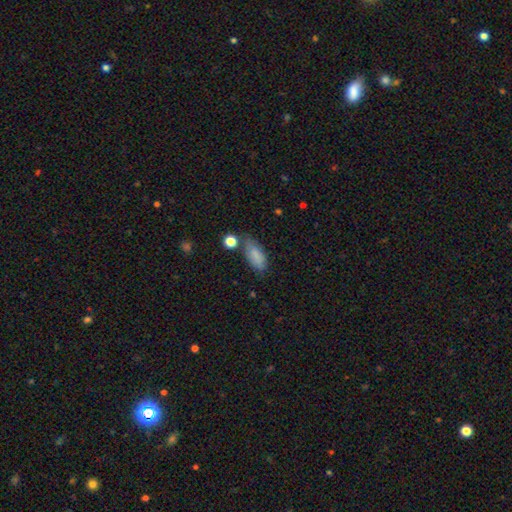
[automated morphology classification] This is clearly a smooth galaxy (82%). How rounded: clearly in between (86%). Merging: possibly none (59%).